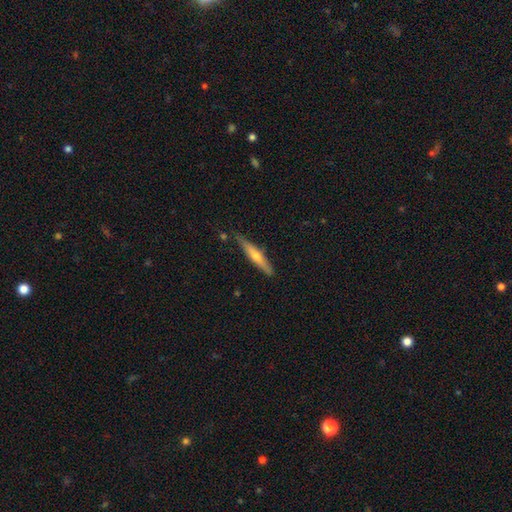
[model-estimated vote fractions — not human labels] Smooth or featured? featured or disk (55%)
Edge-on disk? yes (95%)
Edge-on bulge? rounded (82%)
Merging? none (81%)